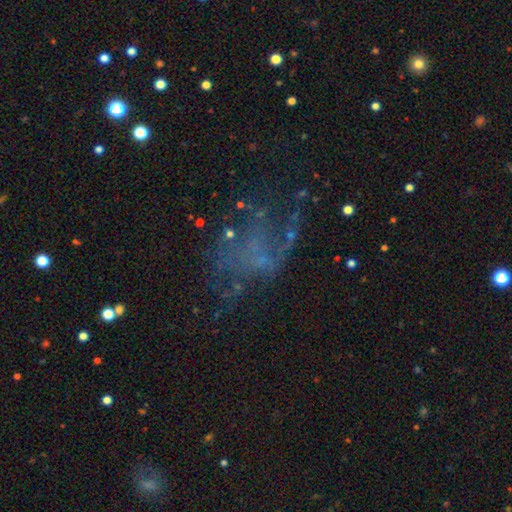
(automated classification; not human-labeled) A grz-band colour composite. It shows a featured or disk galaxy (52%) with no bar (88%), no spiral arms (78%) and no central bulge (78%). Merging: none (41%).